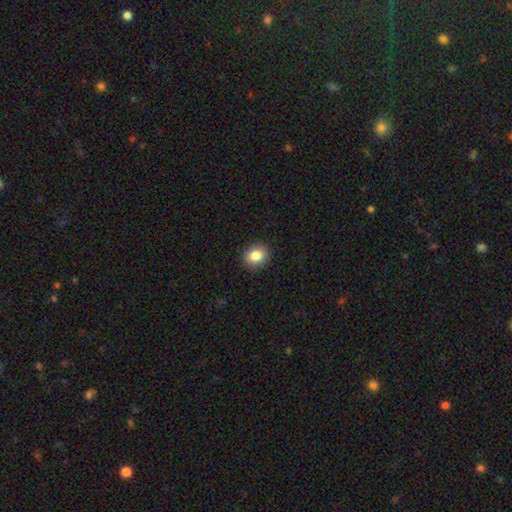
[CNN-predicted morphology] Smooth or featured?
  - smooth: 84% *
  - star or artifact: 9%
  - featured or disk: 6%
How rounded?
  - round: 56% *
  - in between: 43%
  - cigar-shaped: 1%
Merging?
  - none: 90% *
  - minor disturbance: 7%
  - major disturbance: 2%
  - merger: 1%